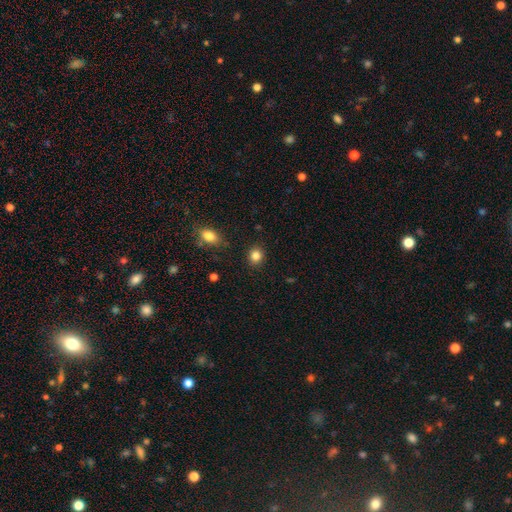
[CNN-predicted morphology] This appears to be a smooth galaxy with no disk features (85%) that is round (77%). Merging: none (89%).